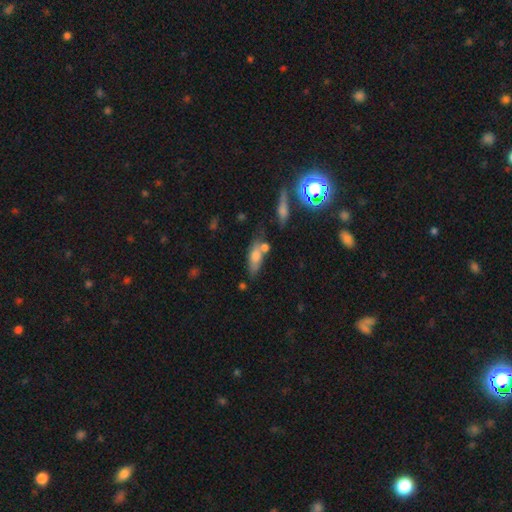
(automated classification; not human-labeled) This appears to be a smooth galaxy with no disk features (65%) that is in between round and cigar-shaped (67%). Merging: none (49%).